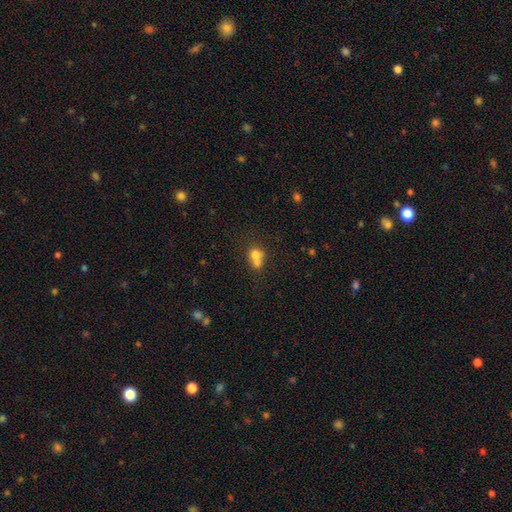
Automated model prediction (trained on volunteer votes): The model was most divided on "merging": merger: 63%, none: 27%, minor disturbance: 7%, major disturbance: 4%. More confident: smooth or featured — smooth (72%); how rounded — round (70%).